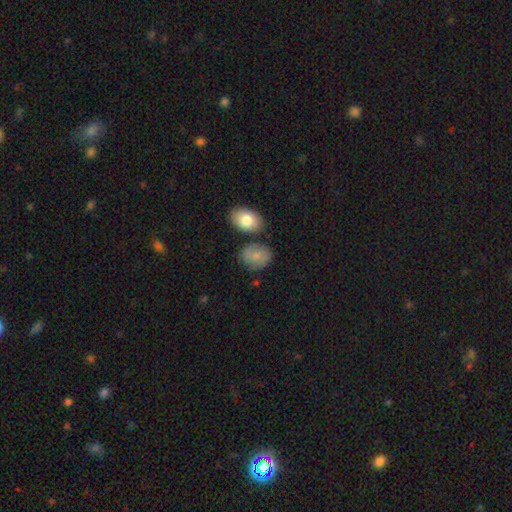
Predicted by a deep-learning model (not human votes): smooth_or_featured: smooth (p=0.69) [alt: featured or disk p=0.23]
how_rounded: in between (p=0.61) [alt: round p=0.38]
merging: none (p=0.63) [alt: minor disturbance p=0.21]